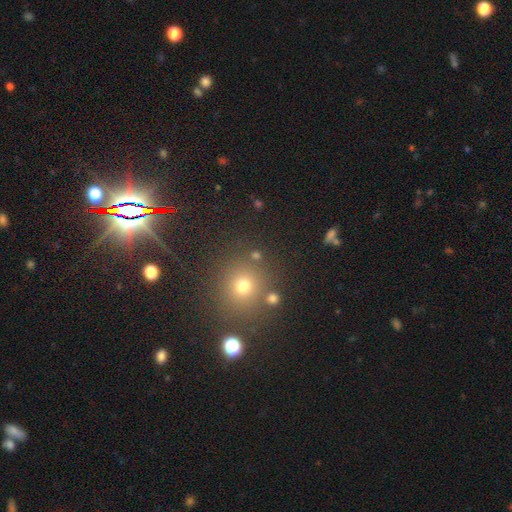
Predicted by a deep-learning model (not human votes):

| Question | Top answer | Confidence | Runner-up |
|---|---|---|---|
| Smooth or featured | smooth | 62% | star or artifact (30%) |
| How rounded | round | 91% | in between (7%) |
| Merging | none | 83% | minor disturbance (8%) |